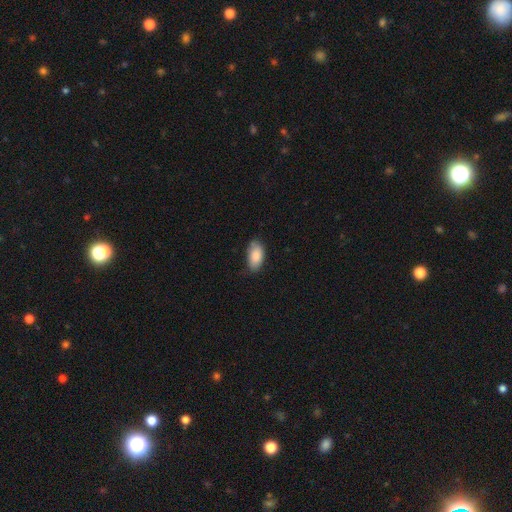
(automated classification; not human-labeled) Smooth or featured?
  - smooth: 87% *
  - featured or disk: 6%
  - star or artifact: 6%
How rounded?
  - in between: 94% *
  - cigar-shaped: 4%
  - round: 3%
Merging?
  - none: 73% *
  - minor disturbance: 22%
  - major disturbance: 3%
  - merger: 1%